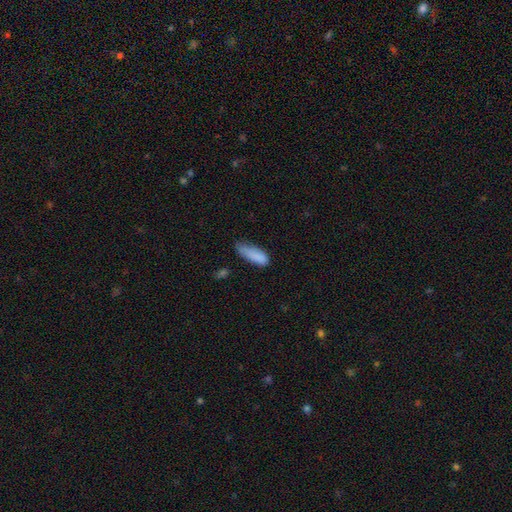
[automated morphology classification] type=smooth (86%); roundness=in between (57%); merging=minor disturbance (42%, tied with none).